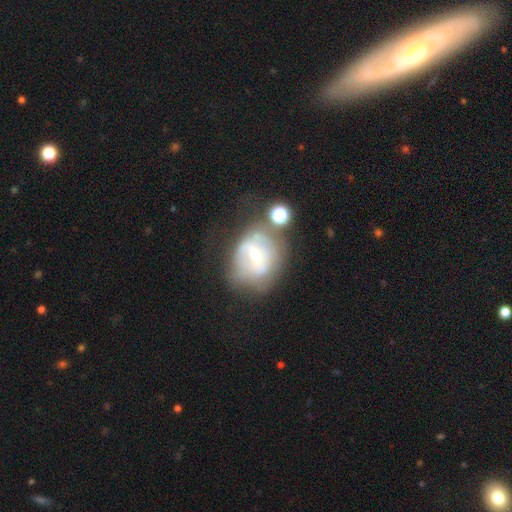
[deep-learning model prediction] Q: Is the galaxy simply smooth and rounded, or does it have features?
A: featured or disk — 59%.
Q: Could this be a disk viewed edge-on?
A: no — 95%.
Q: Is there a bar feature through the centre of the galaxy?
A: weak — 47%.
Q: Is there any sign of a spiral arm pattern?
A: no — 51%.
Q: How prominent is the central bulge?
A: small — 50%.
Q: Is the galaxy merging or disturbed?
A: none — 35%.